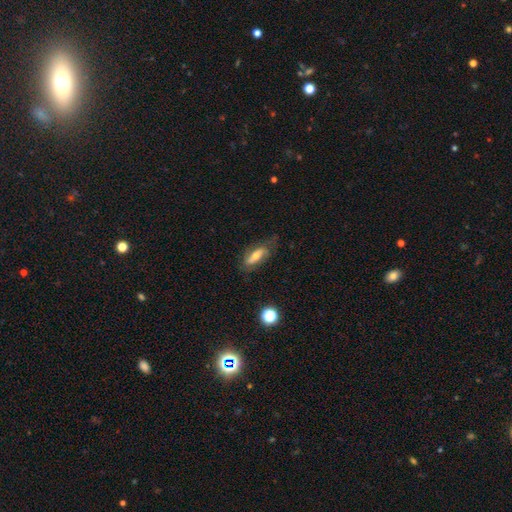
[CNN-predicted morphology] A smooth galaxy with no disk features (47%).

Vote fractions:
- Smooth or featured? smooth: 47% / featured or disk: 45% / star or artifact: 9%
- Merging? none: 64% / minor disturbance: 25% / major disturbance: 10% / merger: 2%